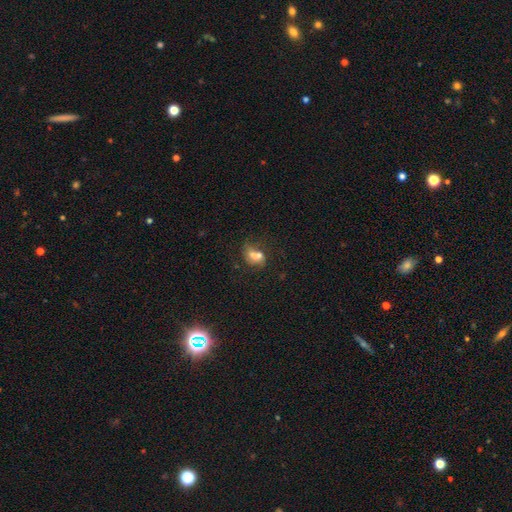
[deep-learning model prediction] smooth-or-featured: smooth: 59% | featured or disk: 25% | star or artifact: 16%
  how-rounded: in between: 65% | round: 32% | cigar-shaped: 3%
  merging: merger: 36% | none: 31% | minor disturbance: 17% | major disturbance: 15%